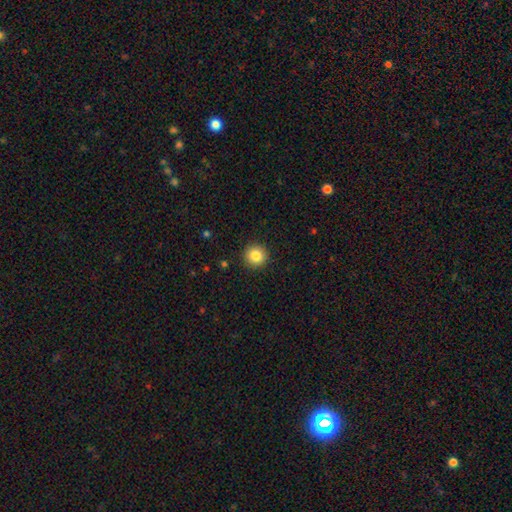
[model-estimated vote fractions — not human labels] Smooth or featured? smooth (85%)
How rounded? round (95%)
Merging? none (92%)